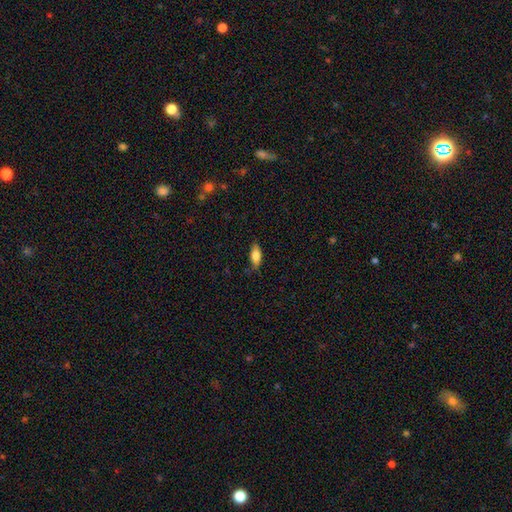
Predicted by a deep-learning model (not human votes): The model was most divided on "merging": none: 76%, minor disturbance: 19%, major disturbance: 4%, merger: 1%. More confident: how rounded — in between (78%); smooth or featured — smooth (77%).